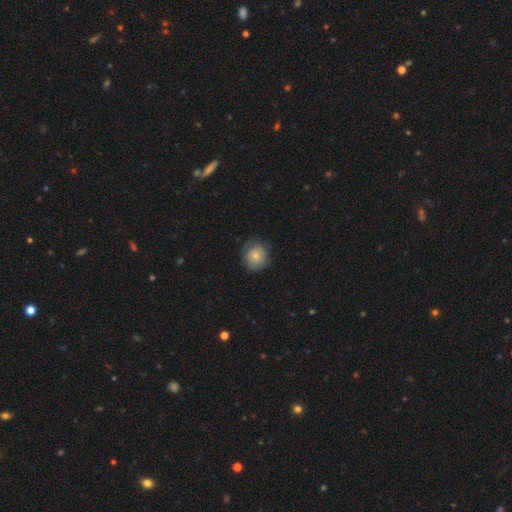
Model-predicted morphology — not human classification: A smooth galaxy with no disk features (77%) that is round (84%).

Vote fractions:
- Smooth or featured? smooth: 77% / featured or disk: 15% / star or artifact: 8%
- How rounded? round: 84% / in between: 15% / cigar-shaped: 1%
- Merging? none: 73% / minor disturbance: 20% / major disturbance: 6% / merger: 1%